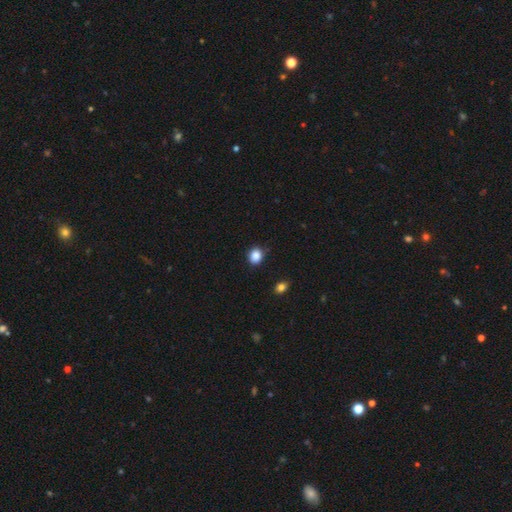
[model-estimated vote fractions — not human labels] Smooth or featured?
  - smooth: 87% *
  - star or artifact: 10%
  - featured or disk: 3%
How rounded?
  - round: 63% *
  - in between: 36%
  - cigar-shaped: 1%
Merging?
  - none: 80% *
  - minor disturbance: 15%
  - major disturbance: 3%
  - merger: 2%